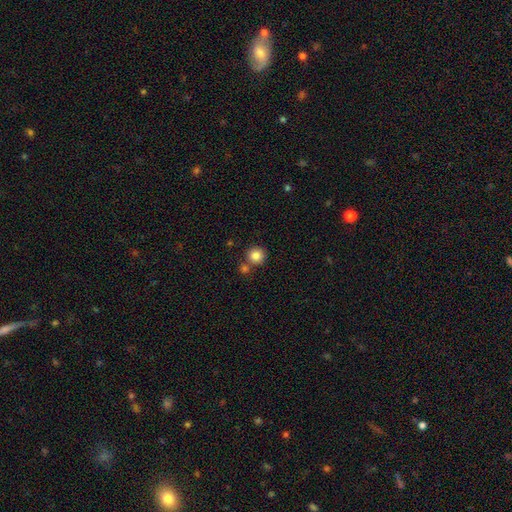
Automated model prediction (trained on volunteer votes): The model was most divided on "merging": none: 72%, merger: 18%, minor disturbance: 8%, major disturbance: 3%. More confident: how rounded — round (93%); smooth or featured — smooth (84%).